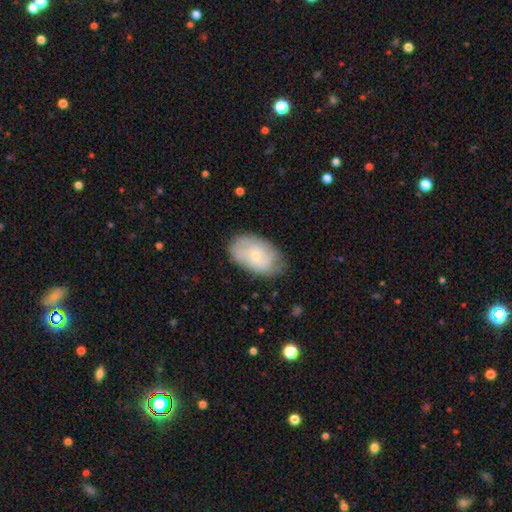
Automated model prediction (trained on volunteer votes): smooth_or_featured: featured or disk (p=0.53) [alt: smooth p=0.40]
disk_edge_on: no (p=0.95) [alt: yes p=0.05]
bar: no (p=0.71) [alt: weak p=0.25]
has_spiral_arms: yes (p=0.79) [alt: no p=0.21]
bulge_size: small (p=0.71) [alt: moderate p=0.25]
merging: none (p=0.71) [alt: minor disturbance p=0.22]